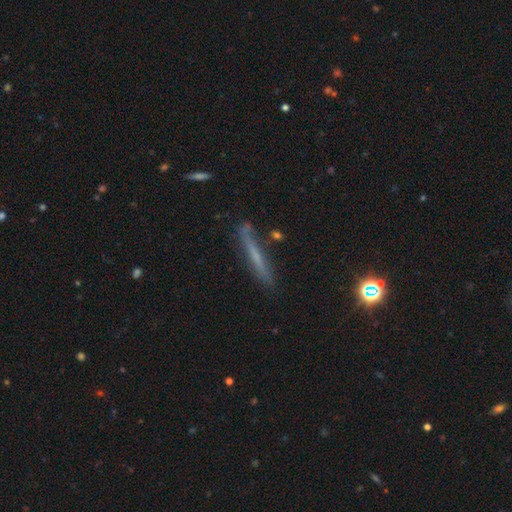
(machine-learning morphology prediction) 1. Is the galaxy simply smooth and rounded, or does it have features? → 45% smooth, 44% featured or disk, 11% star or artifact.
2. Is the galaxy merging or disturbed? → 74% none, 18% minor disturbance, 5% major disturbance, 4% merger.